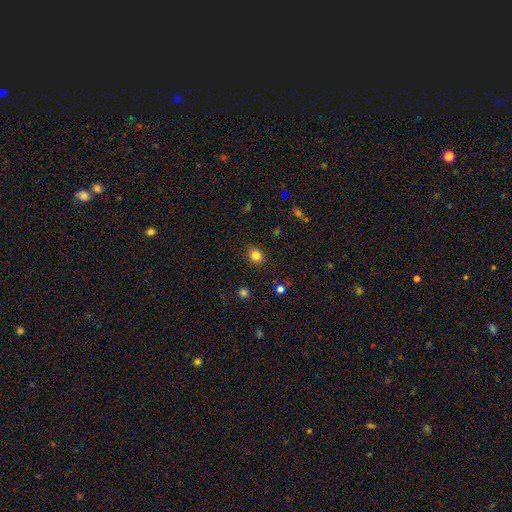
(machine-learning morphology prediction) Smooth or featured? smooth (82%)
How rounded? round (75%)
Merging? none (88%)